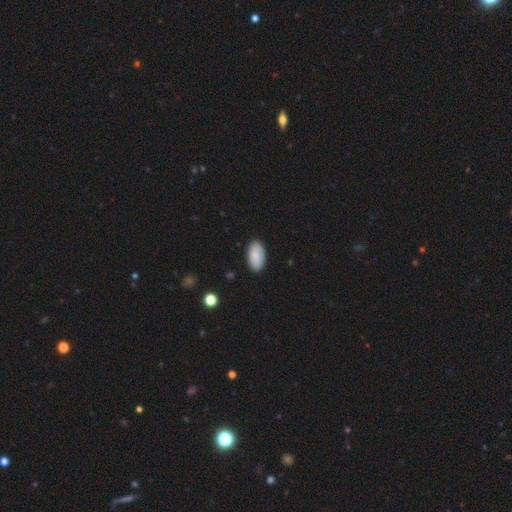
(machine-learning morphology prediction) smooth_or_featured: smooth (p=0.84) [alt: featured or disk p=0.10]
how_rounded: in between (p=0.95) [alt: round p=0.02]
merging: none (p=0.87) [alt: minor disturbance p=0.10]